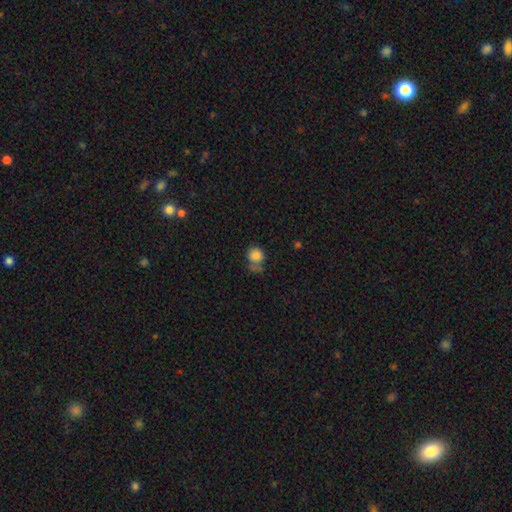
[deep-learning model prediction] smooth_or_featured: smooth (p=0.83) [alt: star or artifact p=0.10]
how_rounded: round (p=0.79) [alt: in between p=0.20]
merging: none (p=0.49) [alt: minor disturbance p=0.23]